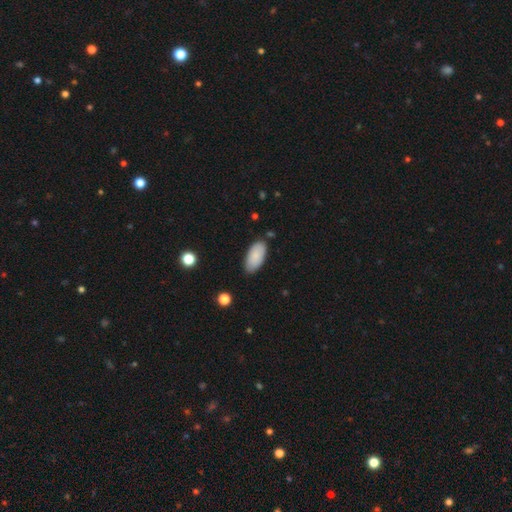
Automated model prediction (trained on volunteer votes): Morphology: type=smooth (86%); roundness=in between (93%); merging=none (81%).